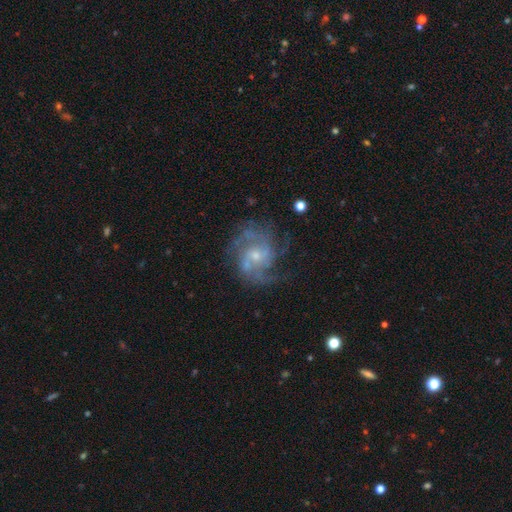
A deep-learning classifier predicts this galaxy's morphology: Smooth or featured? Predicted: featured or disk (p=0.85). Edge-on disk? Predicted: no (p=0.98). Bar? Predicted: no (p=0.58). Spiral arms? Predicted: yes (p=0.94). Spiral winding? Predicted: medium (p=0.51). Spiral arm count? Predicted: 2 (p=0.29). Bulge size? Predicted: small (p=0.59). Merging? Predicted: none (p=0.65).